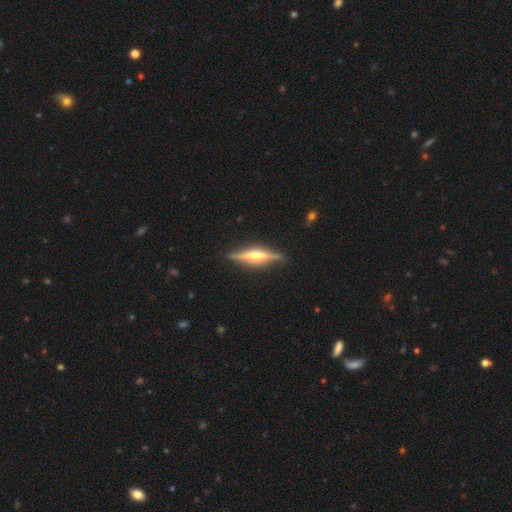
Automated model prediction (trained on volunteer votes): Smooth or featured?
  - featured or disk: 77% *
  - smooth: 17%
  - star or artifact: 5%
Edge-on disk?
  - yes: 97% *
  - no: 3%
Edge-on bulge?
  - rounded: 87% *
  - boxy: 8%
  - none: 4%
Merging?
  - none: 89% *
  - minor disturbance: 8%
  - major disturbance: 2%
  - merger: 1%